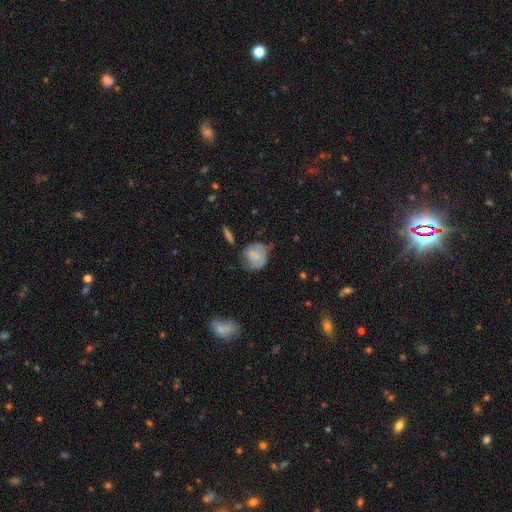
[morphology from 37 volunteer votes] Overall: smooth (76%). How rounded: round (57%; in between 43%). Merging: none (37%; minor disturbance 31%).